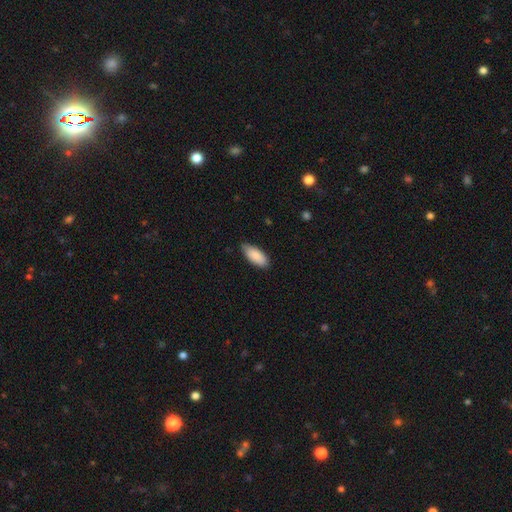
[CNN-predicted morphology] Smooth or featured: smooth — 88% (featured or disk — 6%)
How rounded: in between — 87% (cigar-shaped — 12%)
Merging: none — 79% (minor disturbance — 18%)